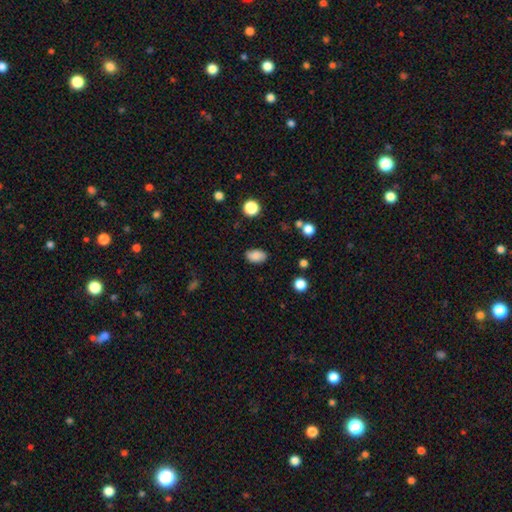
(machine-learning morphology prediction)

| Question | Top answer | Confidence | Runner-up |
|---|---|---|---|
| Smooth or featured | smooth | 84% | star or artifact (9%) |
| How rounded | in between | 89% | round (10%) |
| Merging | none | 83% | minor disturbance (12%) |